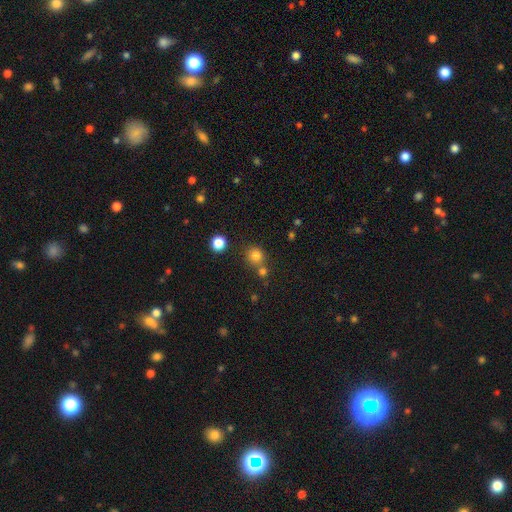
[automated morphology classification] This is likely a smooth galaxy (78%). How rounded: clearly round (89%). Merging: likely none (68%).